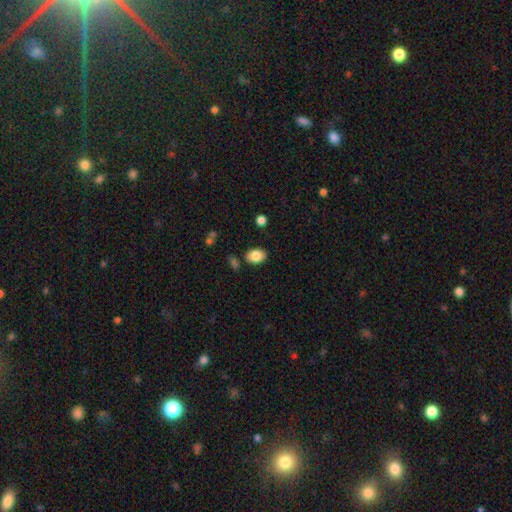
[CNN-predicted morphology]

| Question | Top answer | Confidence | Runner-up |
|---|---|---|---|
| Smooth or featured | smooth | 85% | star or artifact (8%) |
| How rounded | in between | 77% | round (22%) |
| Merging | none | 82% | minor disturbance (11%) |